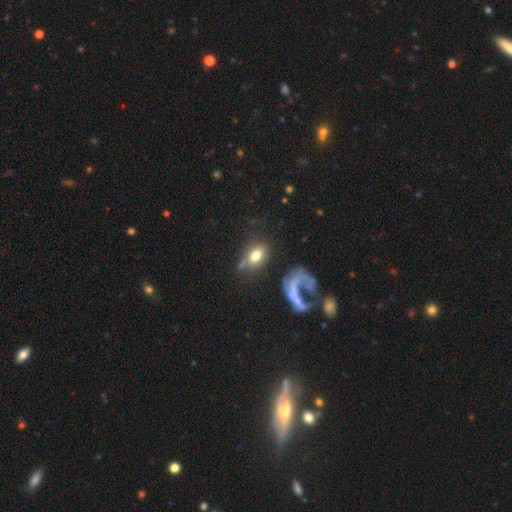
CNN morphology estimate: This appears to be a smooth galaxy with no disk features (73%) that is in between round and cigar-shaped (72%). Merging: none (49%).